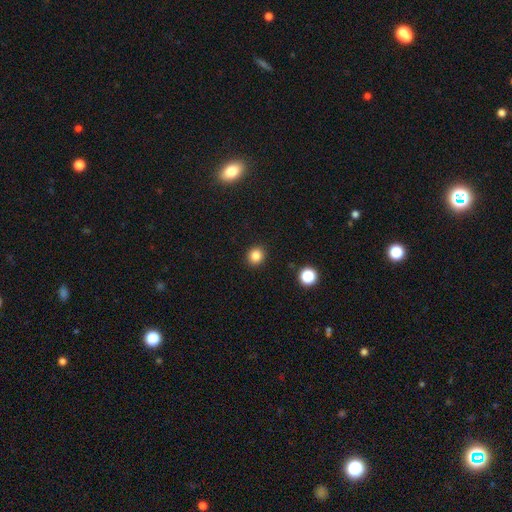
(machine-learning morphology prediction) type=smooth (84%); roundness=round (86%); merging=none (91%).